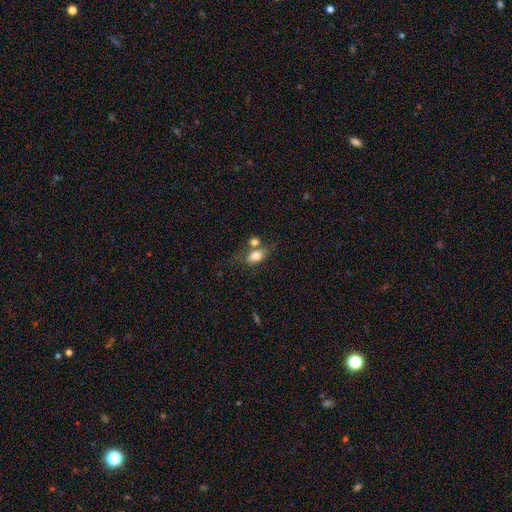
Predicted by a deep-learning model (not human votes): This appears to be a smooth galaxy with no disk features (76%) that is in between round and cigar-shaped (80%). Merging: none (41%).